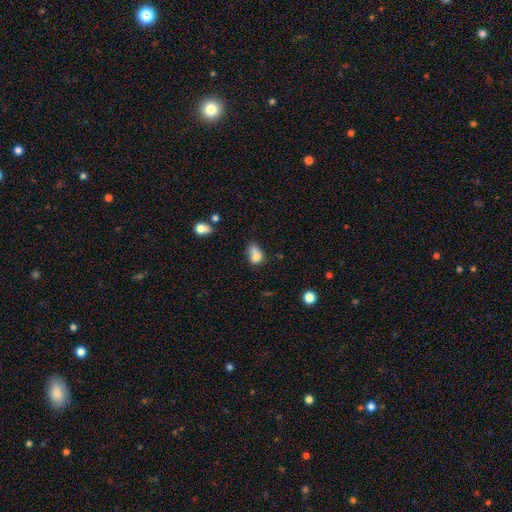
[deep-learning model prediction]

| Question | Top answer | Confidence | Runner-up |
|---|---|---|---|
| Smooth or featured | smooth | 74% | featured or disk (15%) |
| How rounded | in between | 69% | round (28%) |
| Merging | merger | 33% | none (29%) |